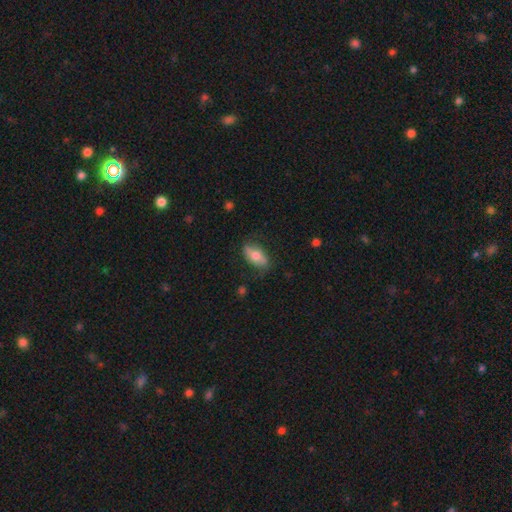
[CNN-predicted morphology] The model was most divided on "smooth or featured": smooth: 64%, featured or disk: 29%, star or artifact: 6%. More confident: how rounded — in between (87%); merging — none (77%).